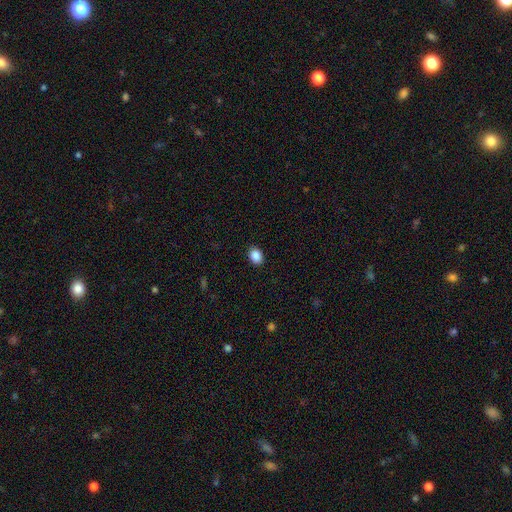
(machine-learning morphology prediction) Overall: smooth (89%). How rounded: in between (63%; round 36%). Merging: none (90%).